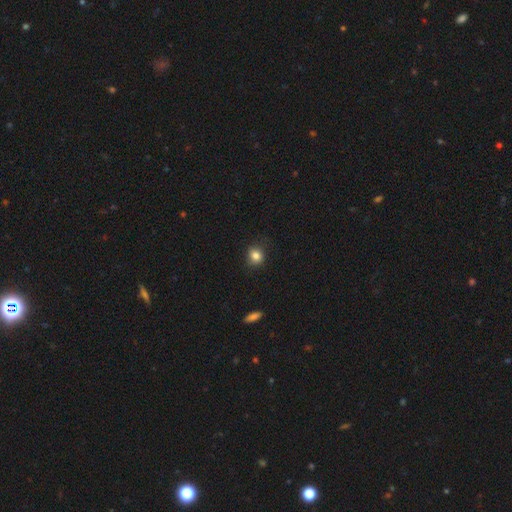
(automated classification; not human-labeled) smooth_or_featured: smooth (p=0.84) [alt: star or artifact p=0.11]
how_rounded: round (p=0.73) [alt: in between p=0.26]
merging: none (p=0.79) [alt: minor disturbance p=0.16]